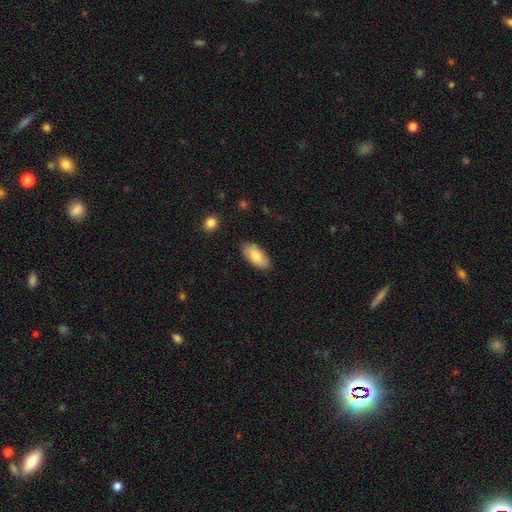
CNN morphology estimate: Smooth or featured? Predicted: smooth (p=0.79). How rounded? Predicted: in between (p=0.92). Merging? Predicted: none (p=0.84).